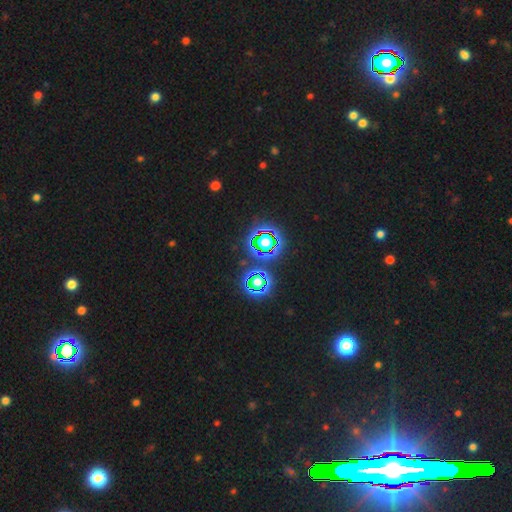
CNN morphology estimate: A star or artifact, not a galaxy (81%).